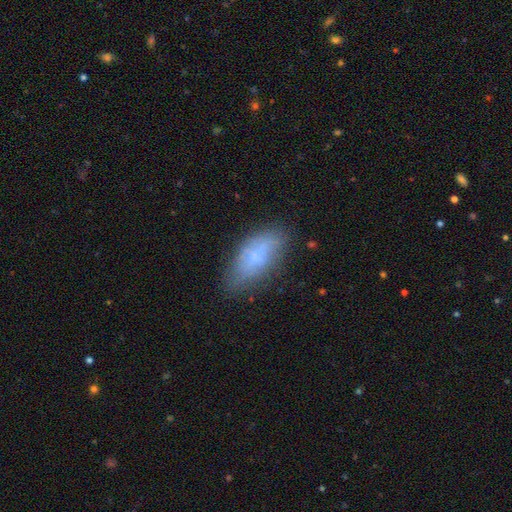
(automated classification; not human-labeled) Smooth or featured? smooth (68%)
How rounded? in between (82%)
Merging? none (66%)